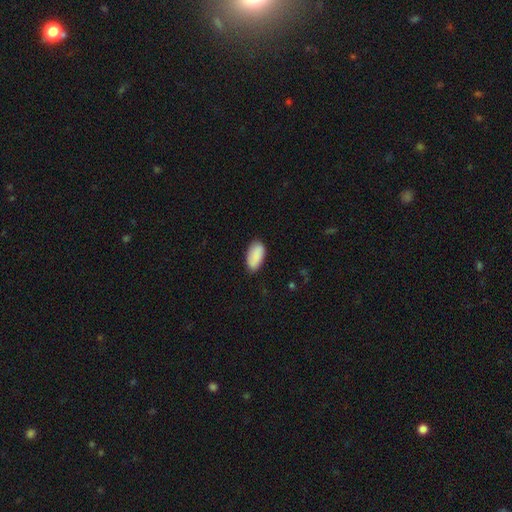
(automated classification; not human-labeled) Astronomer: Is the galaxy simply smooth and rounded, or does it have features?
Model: smooth — 90%.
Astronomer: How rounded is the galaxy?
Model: in between — 94%.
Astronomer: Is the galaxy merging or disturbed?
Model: none — 84%.